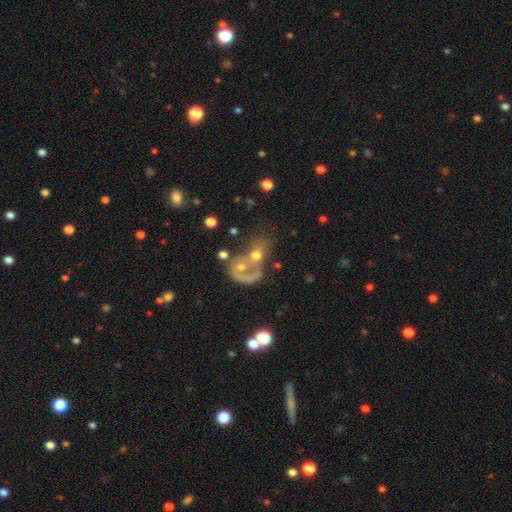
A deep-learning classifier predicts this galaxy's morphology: smooth_or_featured: featured or disk (p=0.47) [alt: smooth p=0.40]
merging: merger (p=0.58) [alt: none p=0.17]